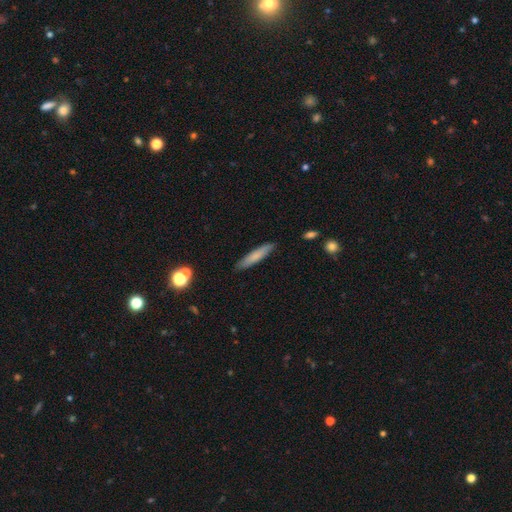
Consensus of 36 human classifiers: smooth_or_featured: smooth (p=0.58) [alt: featured or disk p=0.39]
how_rounded: cigar-shaped (p=0.90) [alt: in between p=0.10]
merging: none (p=0.91) [alt: minor disturbance p=0.09]